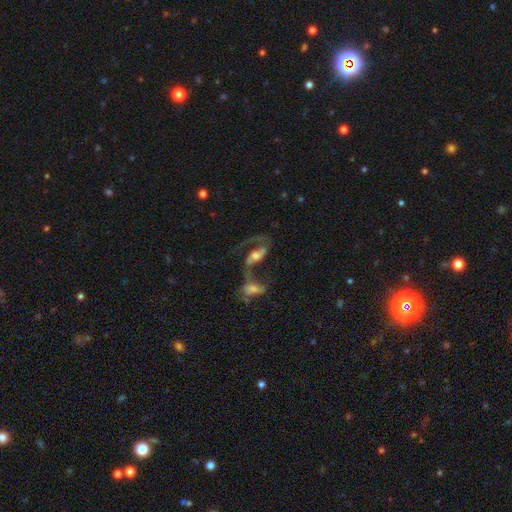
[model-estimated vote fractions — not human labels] A featured or disk galaxy (72%) with no bar (47%), 2 (70%) loose (61%) spiral arms (85%) and a moderate central bulge (46%).

Vote fractions:
- Smooth or featured? featured or disk: 72% / smooth: 19% / star or artifact: 9%
- Edge-on disk? no: 94% / yes: 6%
- Bar? no: 47% / weak: 35% / strong: 18%
- Spiral arms? yes: 85% / no: 15%
- Spiral winding? loose: 61% / medium: 30% / tight: 8%
- Spiral arm count? 2: 70% / 1: 22% / can't tell: 5% / 3: 1% / 4: 1% / more than 4: 1%
- Bulge size? moderate: 46% / large: 22% / small: 19% / none: 9% / dominant: 3%
- Merging? merger: 54% / none: 19% / major disturbance: 19% / minor disturbance: 8%